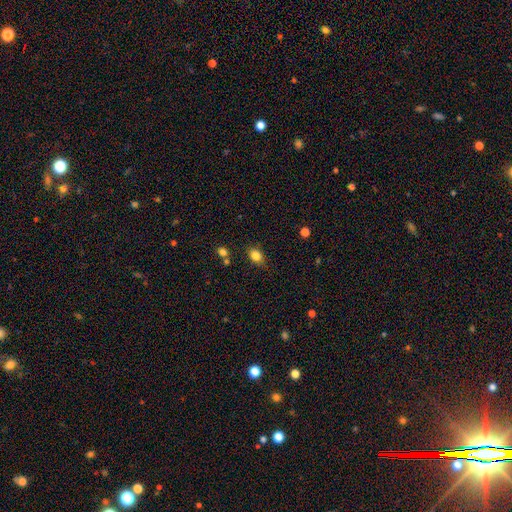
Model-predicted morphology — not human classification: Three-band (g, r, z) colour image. It shows a smooth galaxy with no disk features (83%) that is in between round and cigar-shaped (70%). Merging: none (79%).